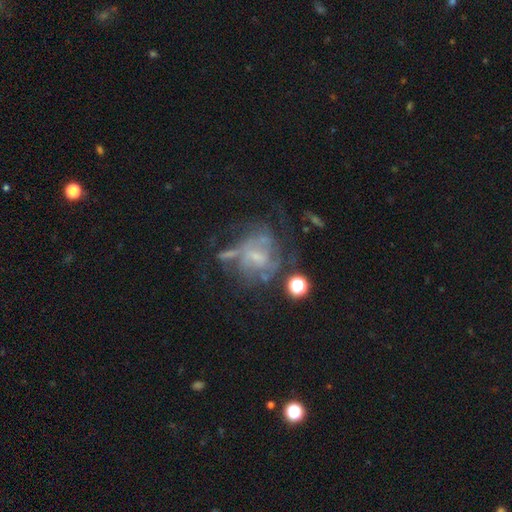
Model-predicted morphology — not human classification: Smooth or featured?
  - featured or disk: 66% *
  - smooth: 19%
  - star or artifact: 15%
Edge-on disk?
  - no: 97% *
  - yes: 3%
Bar?
  - no: 55% *
  - weak: 36%
  - strong: 9%
Spiral arms?
  - yes: 56% *
  - no: 44%
Bulge size?
  - small: 48% *
  - none: 25%
  - moderate: 24%
  - large: 3%
  - dominant: 1%
Merging?
  - none: 36% *
  - major disturbance: 31%
  - minor disturbance: 19%
  - merger: 13%